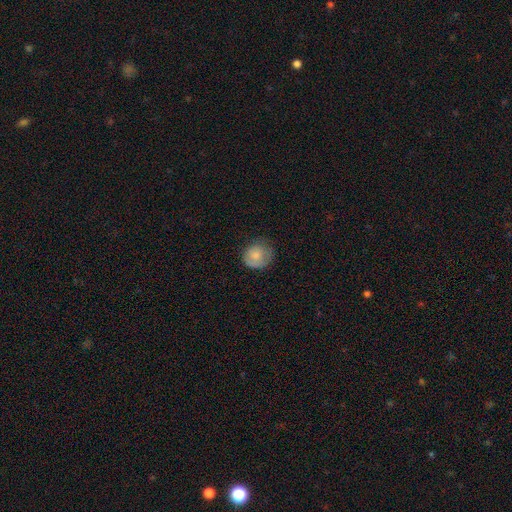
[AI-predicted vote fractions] Smooth or featured: smooth — 75% (featured or disk — 17%)
How rounded: round — 80% (in between — 19%)
Merging: none — 61% (minor disturbance — 27%)